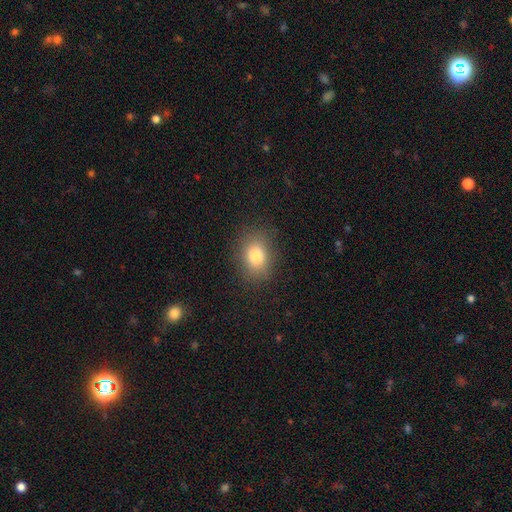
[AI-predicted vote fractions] Smooth or featured? smooth (81%)
How rounded? in between (65%)
Merging? none (85%)